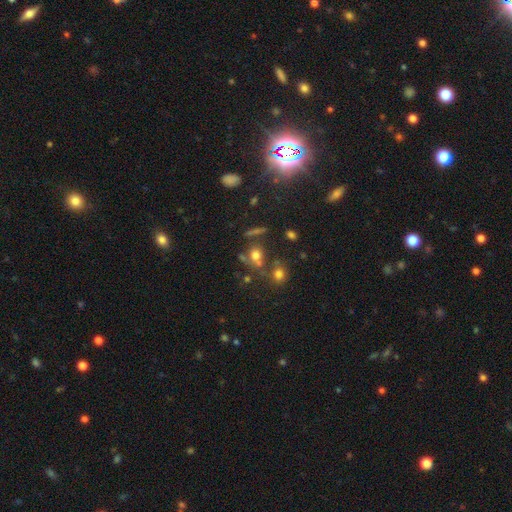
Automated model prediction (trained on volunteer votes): smooth-or-featured: smooth: 63% | star or artifact: 22% | featured or disk: 16%
  how-rounded: round: 79% | in between: 19% | cigar-shaped: 2%
  merging: none: 56% | merger: 25% | minor disturbance: 12% | major disturbance: 7%